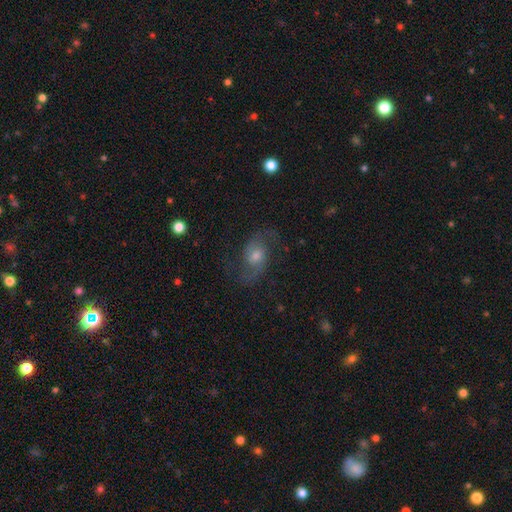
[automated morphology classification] A featured or disk galaxy (80%) with no bar (59%), 2 (92%) medium (46%) spiral arms (95%) and a moderate central bulge (58%).

Vote fractions:
- Smooth or featured? featured or disk: 80% / smooth: 11% / star or artifact: 9%
- Edge-on disk? no: 97% / yes: 3%
- Bar? no: 59% / weak: 35% / strong: 6%
- Spiral arms? yes: 95% / no: 5%
- Spiral winding? medium: 46% / loose: 44% / tight: 10%
- Spiral arm count? 2: 92% / can't tell: 3% / 1: 2% / 3: 1% / 4: 1% / more than 4: 1%
- Bulge size? moderate: 58% / small: 29% / large: 8% / none: 3% / dominant: 1%
- Merging? none: 75% / minor disturbance: 14% / major disturbance: 9% / merger: 1%